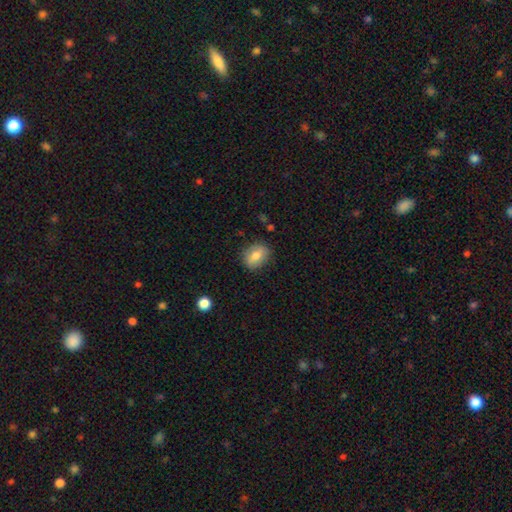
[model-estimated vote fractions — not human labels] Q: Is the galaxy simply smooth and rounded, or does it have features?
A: smooth — 78%.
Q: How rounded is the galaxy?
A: in between — 57%.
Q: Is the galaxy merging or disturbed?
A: none — 82%.